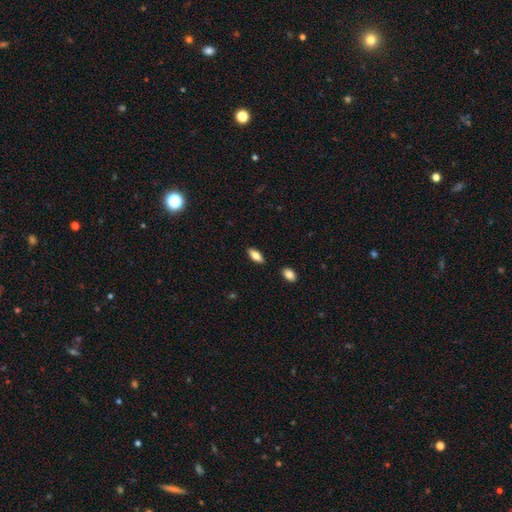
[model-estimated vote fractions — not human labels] Q: Smooth or featured?
A: smooth (74%); runner-up: featured or disk (19%)
Q: How rounded?
A: in between (78%); runner-up: cigar-shaped (20%)
Q: Merging?
A: none (87%); runner-up: minor disturbance (9%)